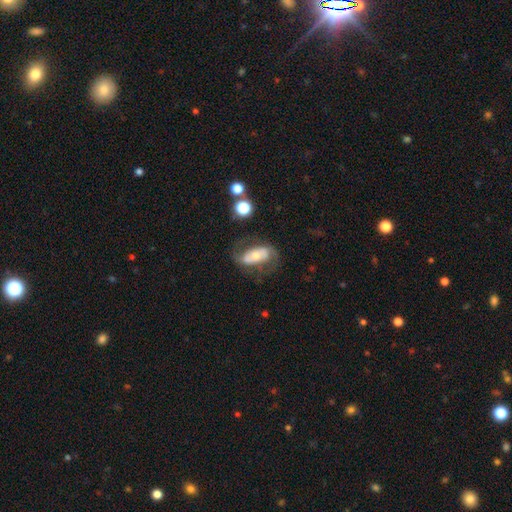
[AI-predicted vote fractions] Smooth or featured?
  - featured or disk: 64% *
  - smooth: 29%
  - star or artifact: 7%
Edge-on disk?
  - no: 92% *
  - yes: 8%
Bar?
  - no: 51% *
  - weak: 26%
  - strong: 24%
Spiral arms?
  - yes: 74% *
  - no: 26%
Bulge size?
  - moderate: 52% *
  - small: 36%
  - large: 7%
  - none: 2%
  - dominant: 2%
Merging?
  - none: 61% *
  - minor disturbance: 20%
  - major disturbance: 16%
  - merger: 3%